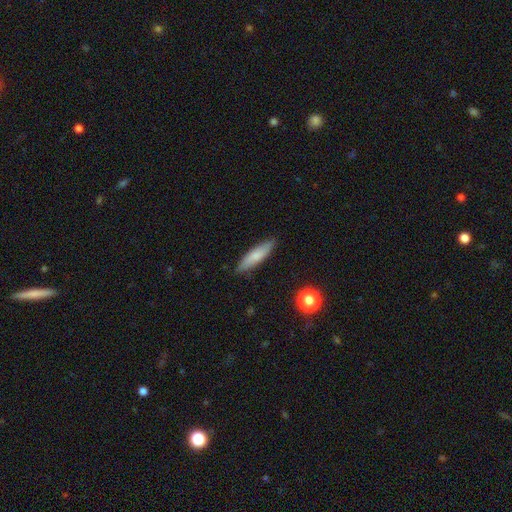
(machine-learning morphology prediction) Smooth or featured: smooth — 73% (featured or disk — 20%)
How rounded: cigar-shaped — 76% (in between — 22%)
Merging: none — 87% (minor disturbance — 10%)